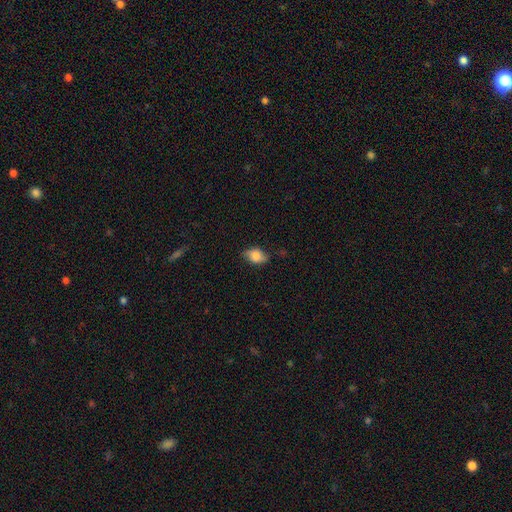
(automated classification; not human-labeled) A smooth galaxy with no disk features (76%) that is in between round and cigar-shaped (81%). Merging: none (72%).